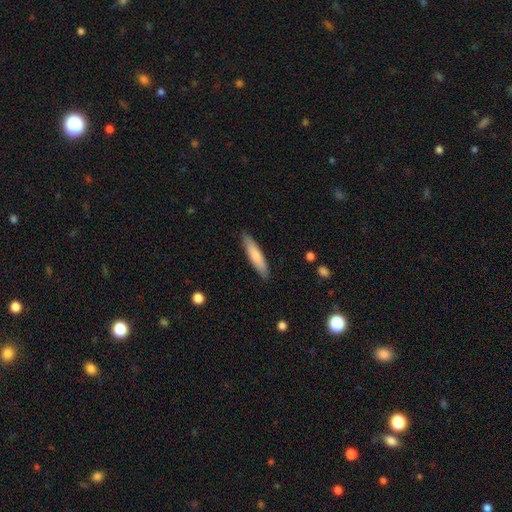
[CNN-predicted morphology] Smooth or featured? smooth (77%)
How rounded? cigar-shaped (82%)
Merging? none (88%)